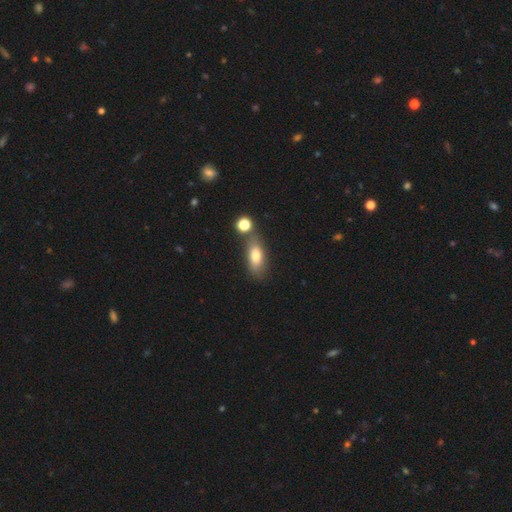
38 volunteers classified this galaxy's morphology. A smooth galaxy with no disk features (79%) that is in between round and cigar-shaped (80%). Merging: none (44%).